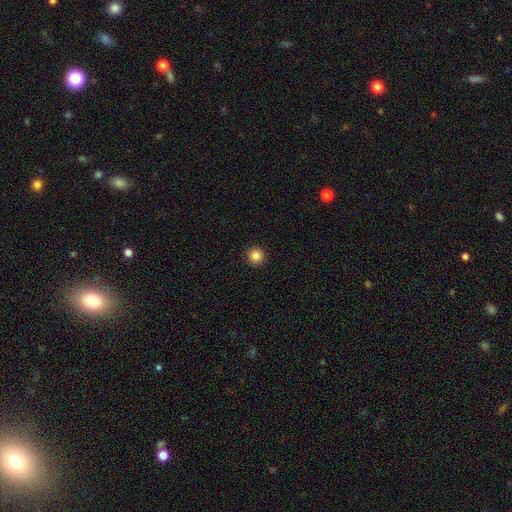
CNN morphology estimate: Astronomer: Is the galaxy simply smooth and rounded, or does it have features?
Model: smooth — 86%.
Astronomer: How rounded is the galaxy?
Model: round — 96%.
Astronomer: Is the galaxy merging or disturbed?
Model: none — 93%.